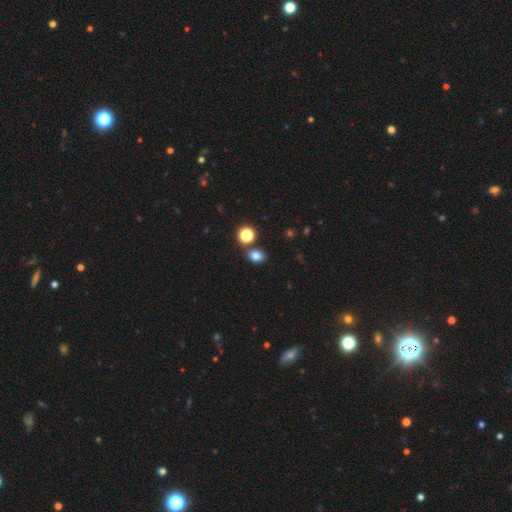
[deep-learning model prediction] Smooth or featured? smooth (79%)
How rounded? in between (61%)
Merging? none (77%)